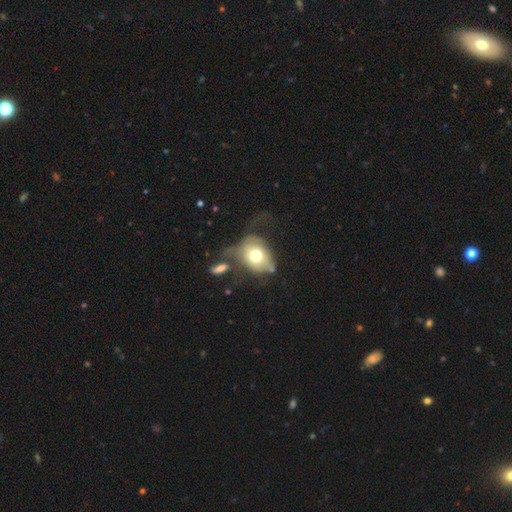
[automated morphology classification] Smooth or featured: smooth — 62% (featured or disk — 30%)
How rounded: in between — 61% (round — 37%)
Merging: major disturbance — 36% (none — 26%)